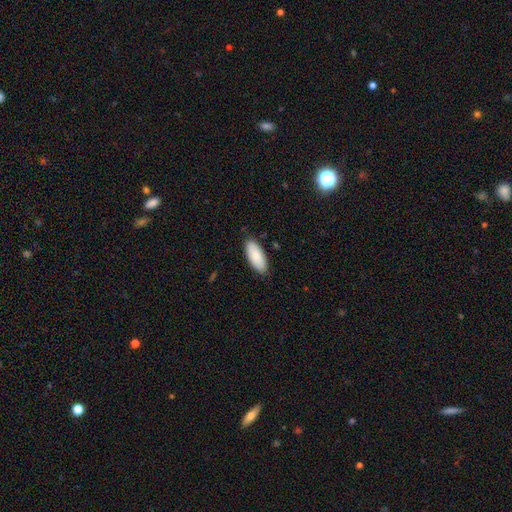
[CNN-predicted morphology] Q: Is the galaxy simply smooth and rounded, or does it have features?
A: smooth — 86%.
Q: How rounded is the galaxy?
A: in between — 84%.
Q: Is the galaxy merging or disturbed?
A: none — 87%.